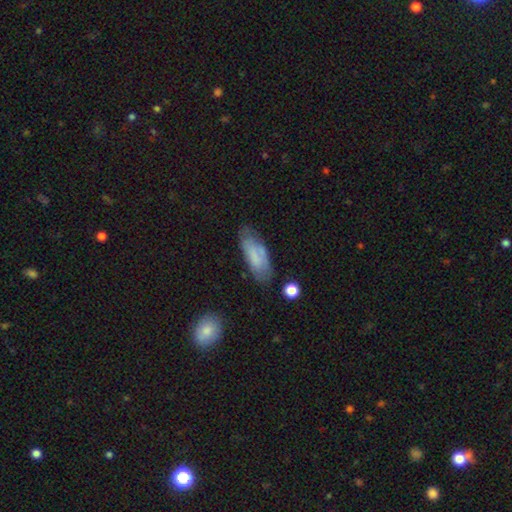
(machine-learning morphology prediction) type=smooth (68%); roundness=in between (72%); merging=none (64%).